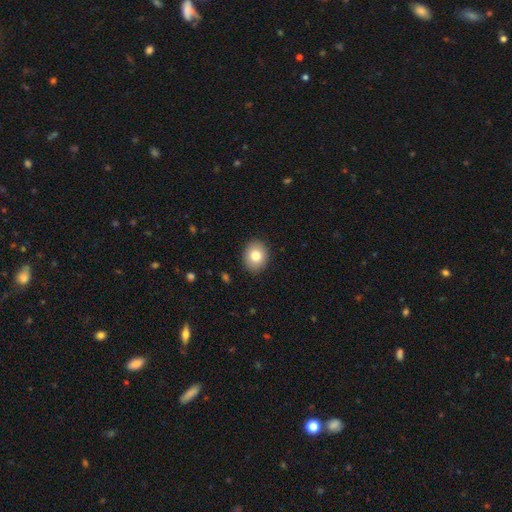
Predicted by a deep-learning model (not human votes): Smooth or featured?
  - smooth: 81% *
  - featured or disk: 11%
  - star or artifact: 9%
How rounded?
  - round: 60% *
  - in between: 39%
  - cigar-shaped: 1%
Merging?
  - none: 90% *
  - minor disturbance: 7%
  - major disturbance: 2%
  - merger: 1%